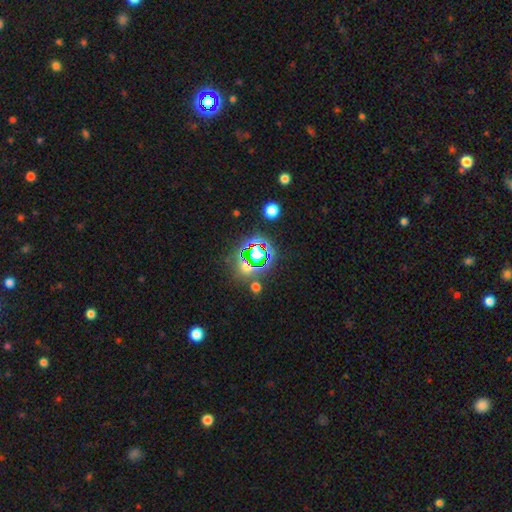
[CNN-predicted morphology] Smooth or featured? Predicted: star or artifact (p=0.65).